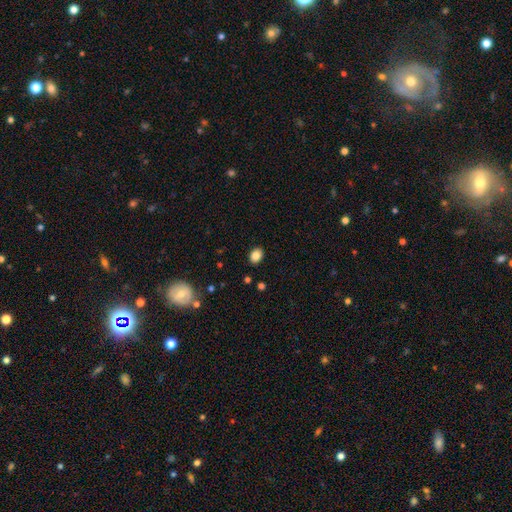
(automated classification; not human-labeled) This appears to be a smooth galaxy with no disk features (84%) that is in between round and cigar-shaped (64%). Merging: none (89%).